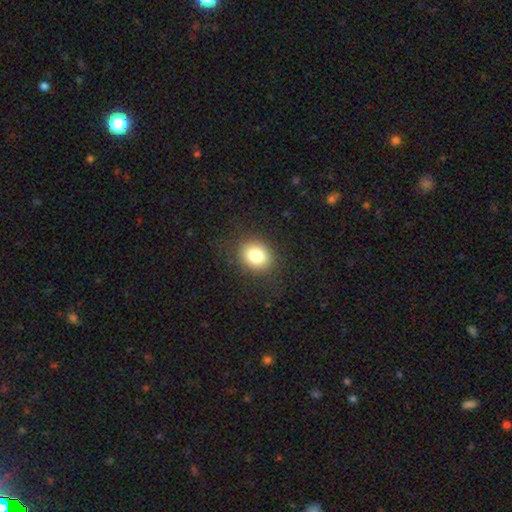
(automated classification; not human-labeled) A smooth galaxy with no disk features (82%) that is round (60%).

Vote fractions:
- Smooth or featured? smooth: 82% / star or artifact: 10% / featured or disk: 8%
- How rounded? round: 60% / in between: 39% / cigar-shaped: 1%
- Merging? none: 85% / minor disturbance: 10% / major disturbance: 4% / merger: 1%